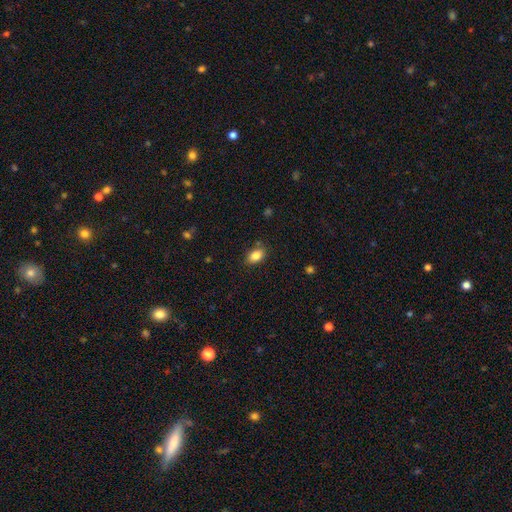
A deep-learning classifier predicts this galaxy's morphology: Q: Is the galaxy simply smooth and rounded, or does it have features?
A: smooth — 85%.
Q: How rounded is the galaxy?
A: in between — 87%.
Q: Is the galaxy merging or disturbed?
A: none — 80%.